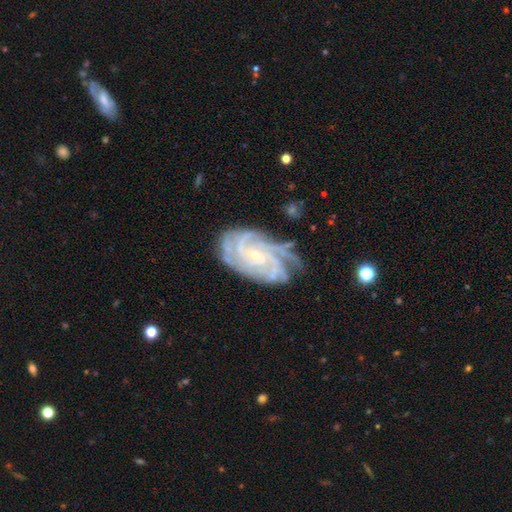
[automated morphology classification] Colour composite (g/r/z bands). It shows a featured or disk galaxy (89%) with no bar (62%), 4 (38%) tight (72%) spiral arms (98%) and a small central bulge (81%). Merging: none (70%).